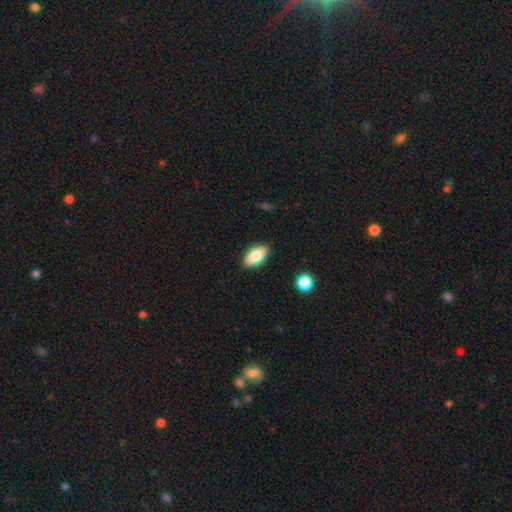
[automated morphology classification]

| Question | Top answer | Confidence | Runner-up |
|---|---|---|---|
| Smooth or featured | smooth | 83% | featured or disk (10%) |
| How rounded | in between | 92% | cigar-shaped (5%) |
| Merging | none | 87% | minor disturbance (9%) |